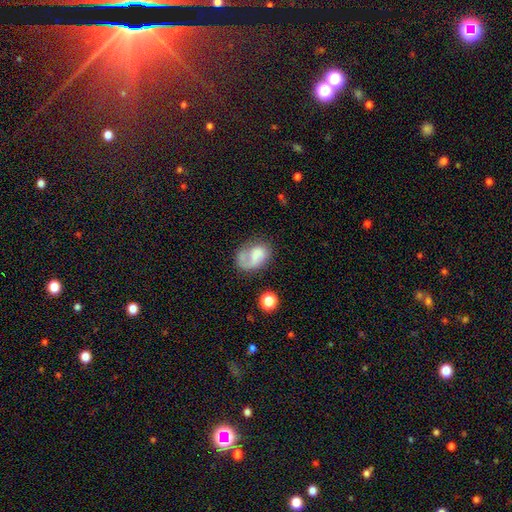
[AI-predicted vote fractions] Q: Smooth or featured?
A: smooth (53%); runner-up: featured or disk (38%)
Q: How rounded?
A: in between (73%); runner-up: round (26%)
Q: Merging?
A: none (43%); runner-up: major disturbance (27%)